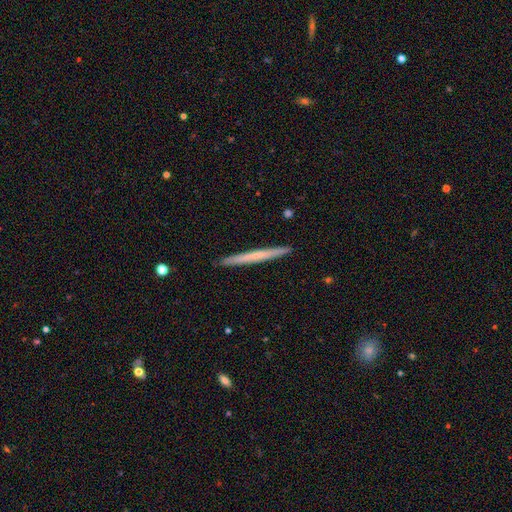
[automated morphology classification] Smooth or featured: smooth — 51% (featured or disk — 44%)
How rounded: cigar-shaped — 97% (in between — 2%)
Merging: none — 93% (minor disturbance — 5%)